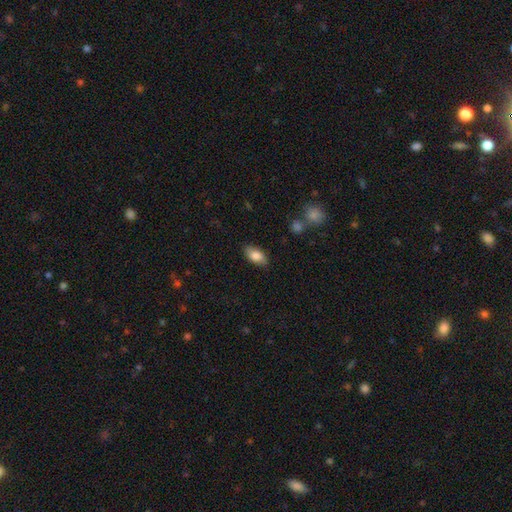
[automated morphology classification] Smooth or featured? smooth (81%)
How rounded? in between (91%)
Merging? none (84%)